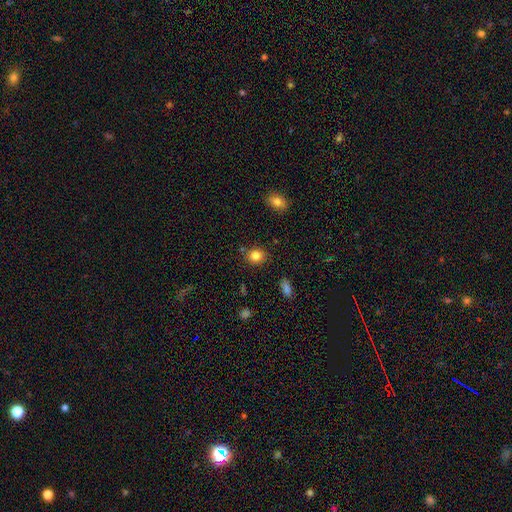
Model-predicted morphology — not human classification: This appears to be a smooth galaxy with no disk features (84%) that is round (71%). Merging: none (82%).